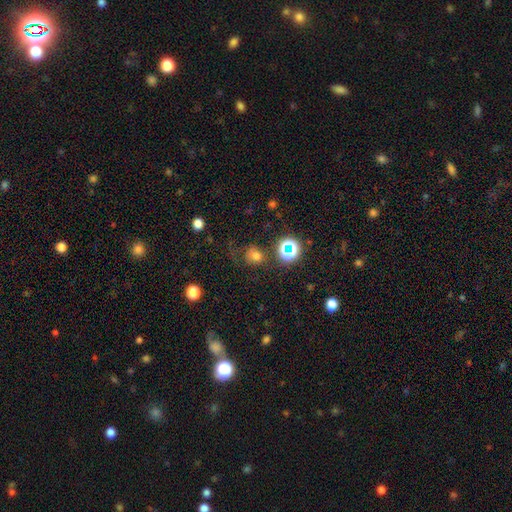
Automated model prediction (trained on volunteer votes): smooth-or-featured: smooth: 66% | star or artifact: 24% | featured or disk: 10%
  how-rounded: round: 76% | in between: 23% | cigar-shaped: 1%
  merging: none: 56% | minor disturbance: 21% | major disturbance: 17% | merger: 6%